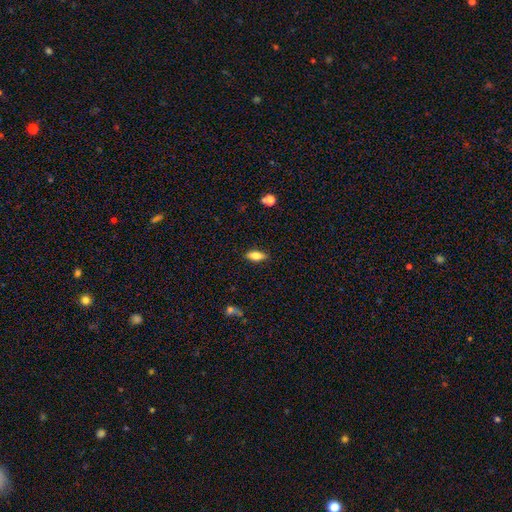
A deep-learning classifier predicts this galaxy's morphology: Smooth or featured? smooth (74%)
How rounded? in between (79%)
Merging? none (87%)